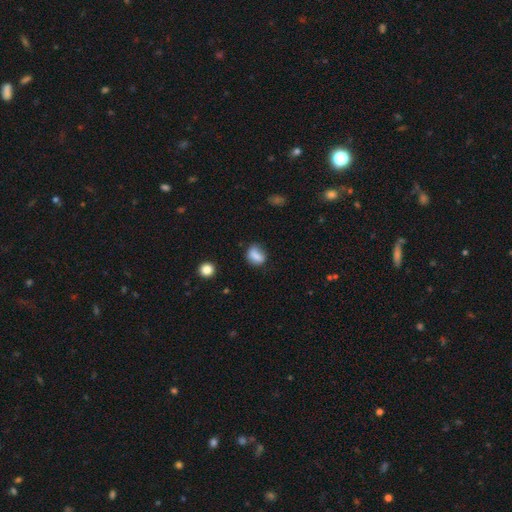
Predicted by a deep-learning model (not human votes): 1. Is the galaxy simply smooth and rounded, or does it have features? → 78% smooth, 12% featured or disk, 10% star or artifact.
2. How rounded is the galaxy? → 58% in between, 39% round, 3% cigar-shaped.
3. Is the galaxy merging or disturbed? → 59% none, 27% minor disturbance, 9% major disturbance, 5% merger.